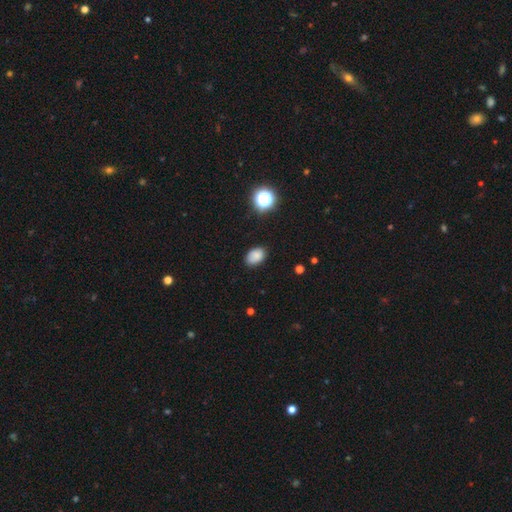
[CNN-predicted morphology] Q: Smooth or featured?
A: smooth (83%); runner-up: star or artifact (12%)
Q: How rounded?
A: in between (83%); runner-up: round (16%)
Q: Merging?
A: none (82%); runner-up: minor disturbance (14%)